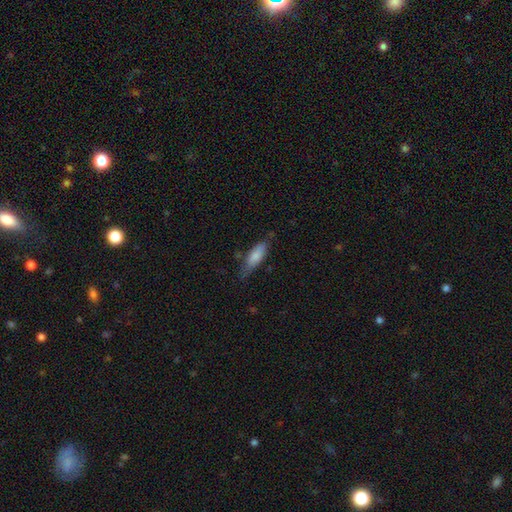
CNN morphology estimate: A smooth galaxy with no disk features (79%) that is in between round and cigar-shaped (56%). Merging: none (60%).